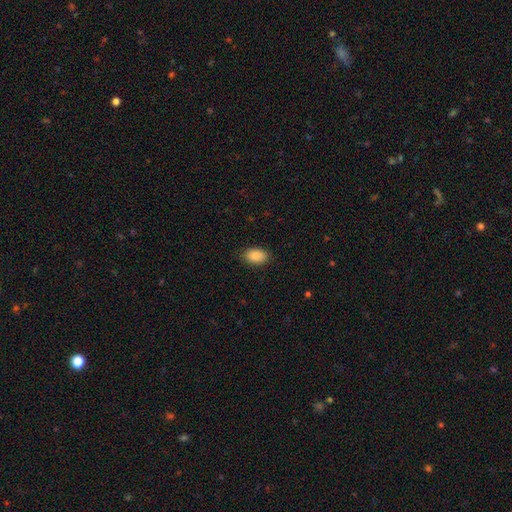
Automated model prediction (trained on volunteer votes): Overall: smooth (88%). How rounded: in between (91%). Merging: none (87%).